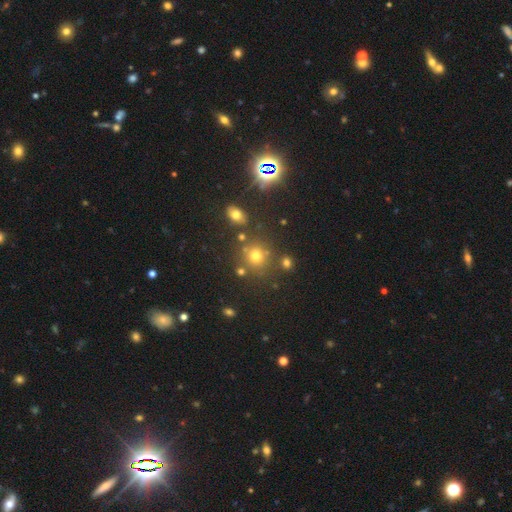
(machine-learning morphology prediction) Smooth or featured?
  - smooth: 60% *
  - star or artifact: 29%
  - featured or disk: 11%
How rounded?
  - round: 85% *
  - in between: 14%
  - cigar-shaped: 1%
Merging?
  - none: 74% *
  - merger: 11%
  - minor disturbance: 10%
  - major disturbance: 4%